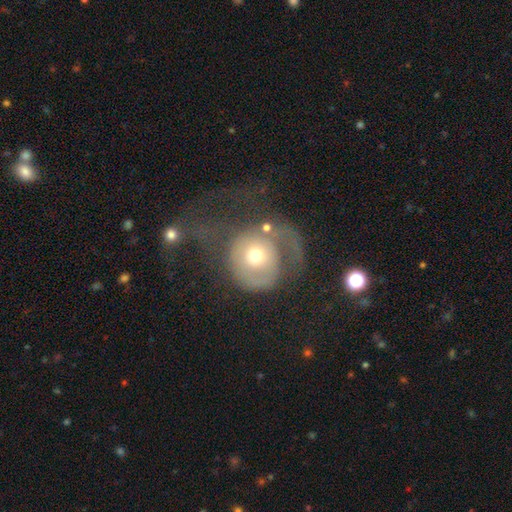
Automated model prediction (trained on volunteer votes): This is possibly a featured or disk galaxy (49%). Merging: possibly major disturbance (56%).